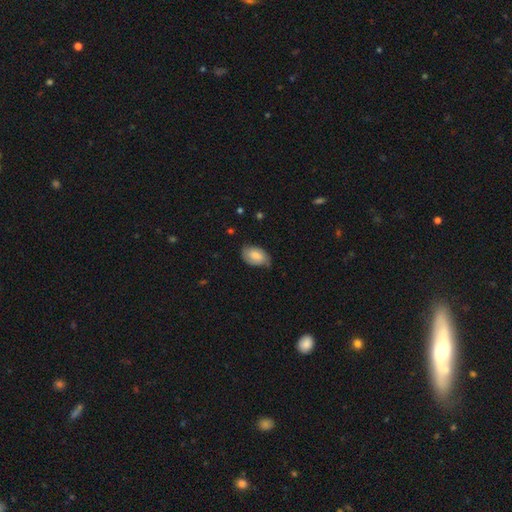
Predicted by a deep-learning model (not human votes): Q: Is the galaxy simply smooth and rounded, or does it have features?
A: smooth — 72%.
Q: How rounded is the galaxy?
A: in between — 89%.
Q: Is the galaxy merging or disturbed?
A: none — 64%.